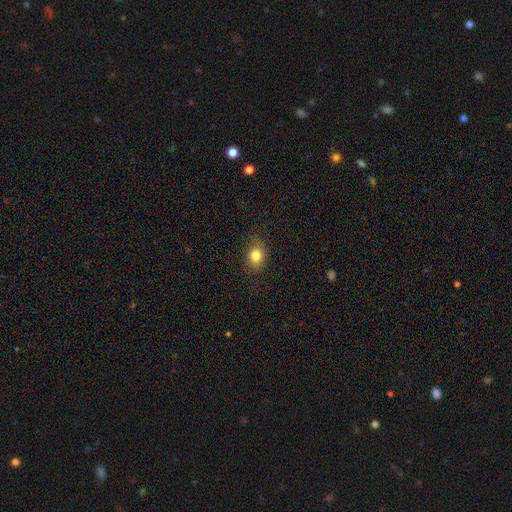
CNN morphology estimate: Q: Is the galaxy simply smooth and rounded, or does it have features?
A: smooth — 81%.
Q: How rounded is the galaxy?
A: in between — 55%.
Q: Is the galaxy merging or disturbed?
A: none — 83%.